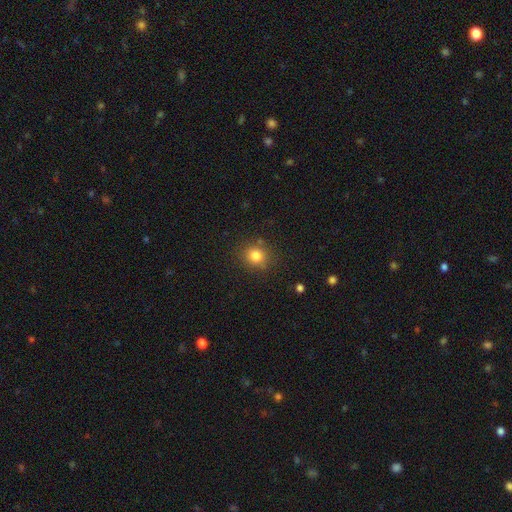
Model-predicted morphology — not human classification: A smooth galaxy with no disk features (82%) that is round (82%).

Vote fractions:
- Smooth or featured? smooth: 82% / star or artifact: 12% / featured or disk: 6%
- How rounded? round: 82% / in between: 17% / cigar-shaped: 1%
- Merging? none: 83% / minor disturbance: 10% / major disturbance: 3% / merger: 3%